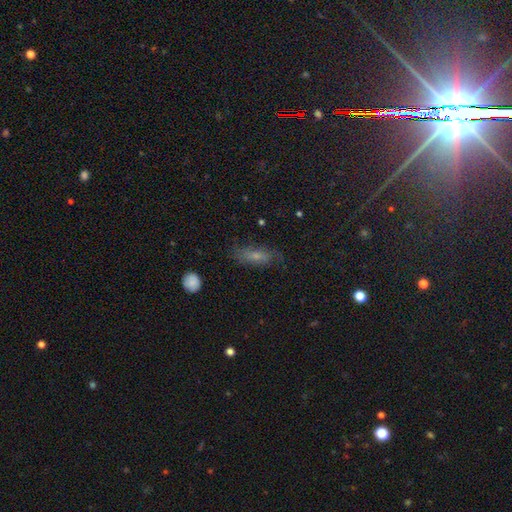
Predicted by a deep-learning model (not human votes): Smooth or featured: smooth — 50% (featured or disk — 37%)
Merging: none — 65% (minor disturbance — 22%)